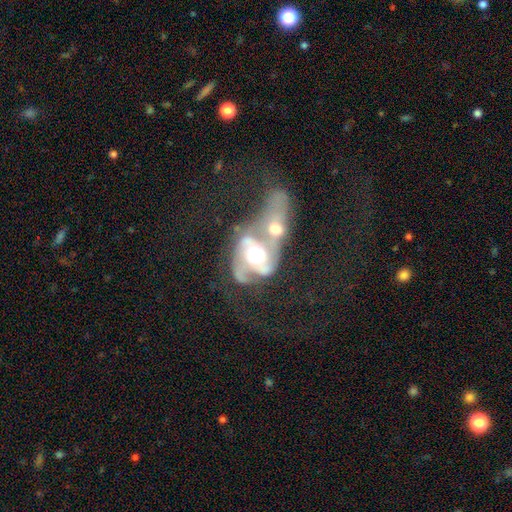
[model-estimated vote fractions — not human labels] A featured or disk galaxy (76%) with no bar (61%), 2 (65%) medium (44%) spiral arms (79%) and a moderate central bulge (58%). Merging: merger (76%).